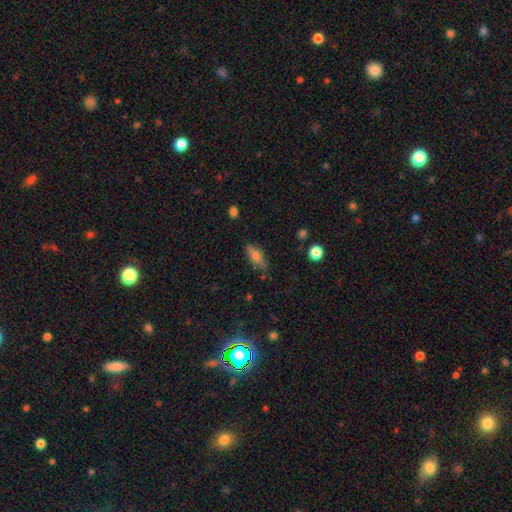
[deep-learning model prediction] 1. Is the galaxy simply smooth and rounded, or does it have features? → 69% smooth, 21% featured or disk, 10% star or artifact.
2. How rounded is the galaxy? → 64% in between, 32% cigar-shaped, 4% round.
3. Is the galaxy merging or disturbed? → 73% none, 19% minor disturbance, 5% major disturbance, 2% merger.